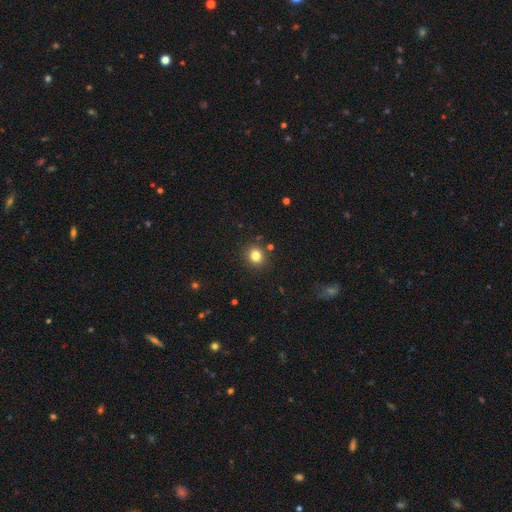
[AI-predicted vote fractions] Morphology: type=smooth (81%); roundness=round (85%); merging=none (88%).